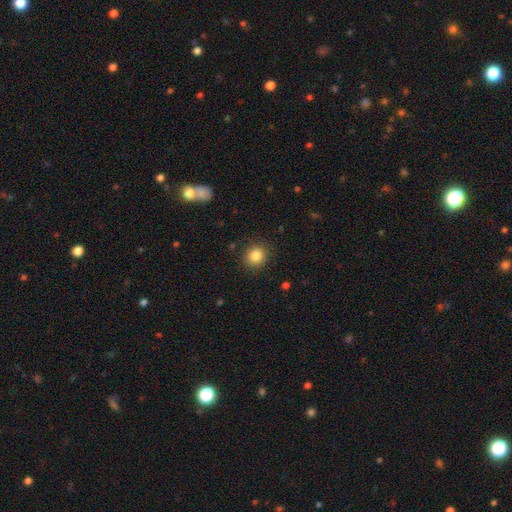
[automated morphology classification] Smooth or featured?
  - smooth: 84% *
  - star or artifact: 11%
  - featured or disk: 6%
How rounded?
  - round: 86% *
  - in between: 13%
  - cigar-shaped: 1%
Merging?
  - none: 89% *
  - minor disturbance: 7%
  - major disturbance: 2%
  - merger: 1%